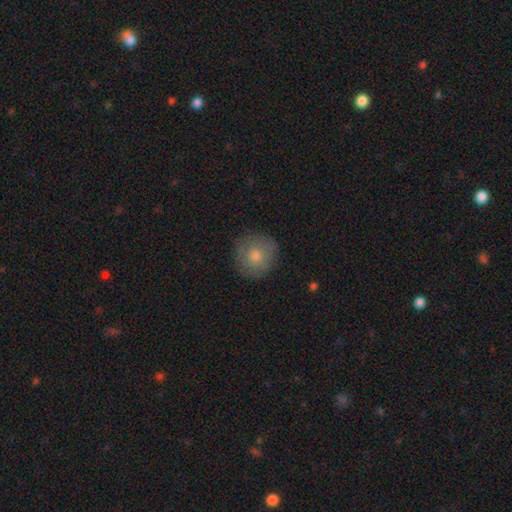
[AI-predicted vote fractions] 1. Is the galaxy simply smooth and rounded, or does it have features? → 73% smooth, 17% featured or disk, 10% star or artifact.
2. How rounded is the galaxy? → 93% round, 6% in between, 1% cigar-shaped.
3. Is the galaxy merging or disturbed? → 86% none, 11% minor disturbance, 3% major disturbance, 1% merger.